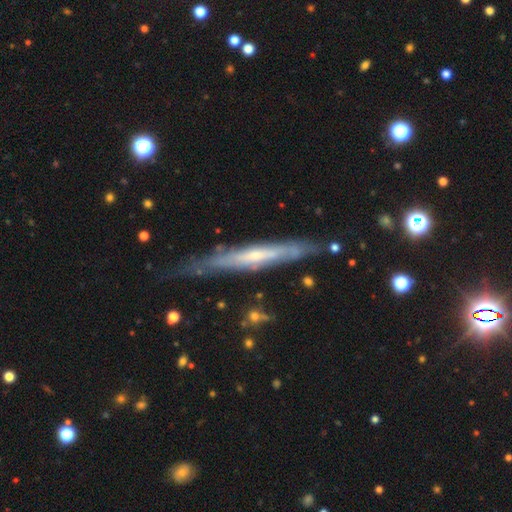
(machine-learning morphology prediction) smooth-or-featured: featured or disk: 73% | smooth: 21% | star or artifact: 6%
  disk-edge-on: yes: 83% | no: 17%
    edge-on-bulge: none: 54% | rounded: 39% | boxy: 6%
  merging: none: 71% | minor disturbance: 21% | major disturbance: 5% | merger: 2%